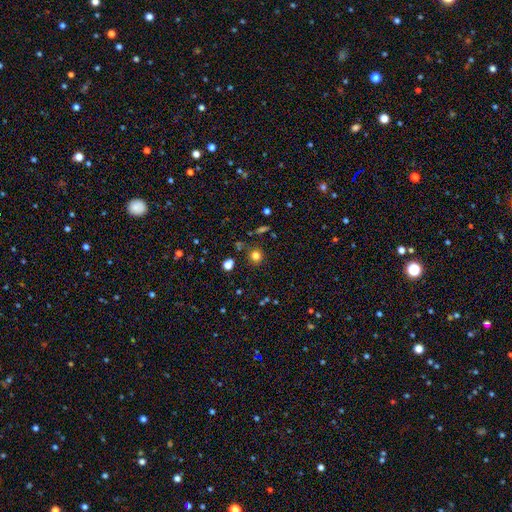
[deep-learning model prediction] This is likely a smooth galaxy (78%). How rounded: clearly round (89%). Merging: clearly none (82%).